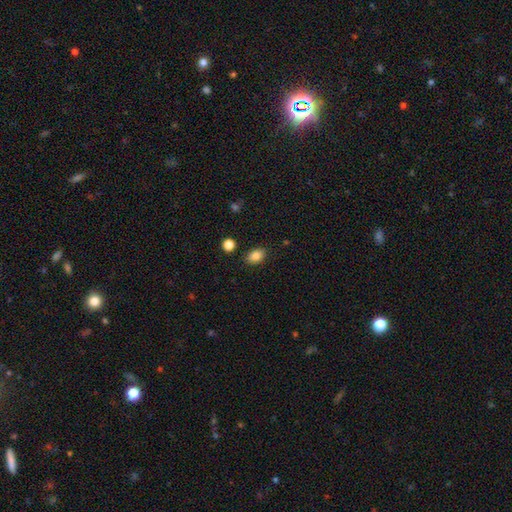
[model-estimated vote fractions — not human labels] Smooth or featured? smooth (85%)
How rounded? in between (80%)
Merging? none (86%)